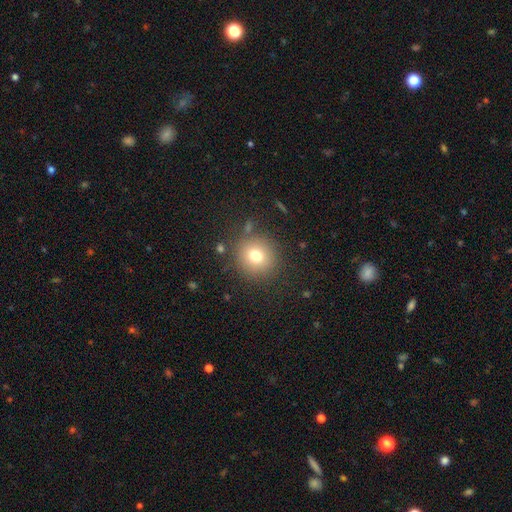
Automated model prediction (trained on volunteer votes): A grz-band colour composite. It shows a smooth galaxy with no disk features (74%) that is round (93%). Merging: none (85%).